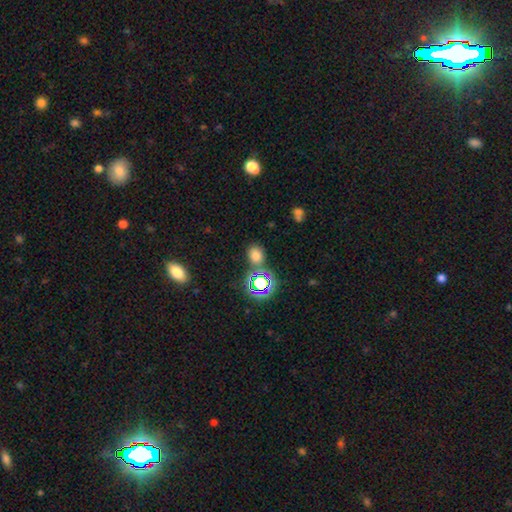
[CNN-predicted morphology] smooth 70%, star or artifact 24%, featured or disk 6%. Down the decision tree: how rounded — round (50%); merging — none (75%).